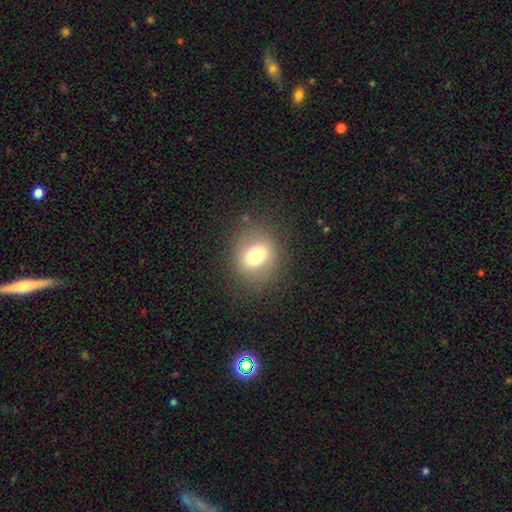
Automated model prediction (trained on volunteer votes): This appears to be a smooth galaxy with no disk features (71%) that is round (68%). Merging: none (81%).